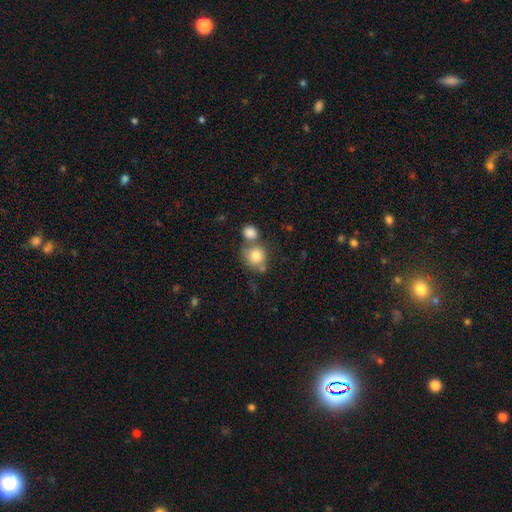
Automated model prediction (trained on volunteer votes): smooth-or-featured: smooth: 80% | featured or disk: 11% | star or artifact: 9%
  how-rounded: round: 84% | in between: 15% | cigar-shaped: 1%
  merging: none: 47% | merger: 38% | minor disturbance: 11% | major disturbance: 4%